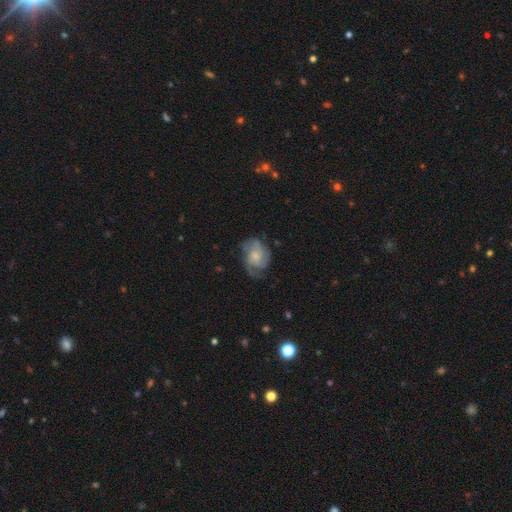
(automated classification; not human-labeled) A featured or disk galaxy (66%) with no bar (73%), 2 (35%) medium (44%) spiral arms (88%) and a moderate central bulge (40%). Merging: none (53%).